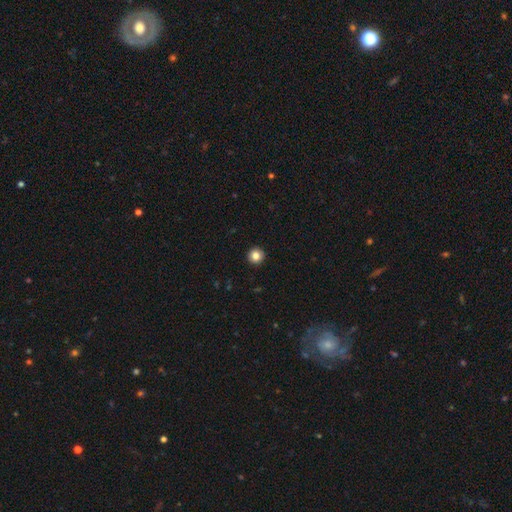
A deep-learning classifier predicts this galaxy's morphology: Smooth or featured?
  - smooth: 84% *
  - star or artifact: 10%
  - featured or disk: 6%
How rounded?
  - round: 96% *
  - in between: 4%
  - cigar-shaped: 1%
Merging?
  - none: 94% *
  - minor disturbance: 4%
  - major disturbance: 1%
  - merger: 1%